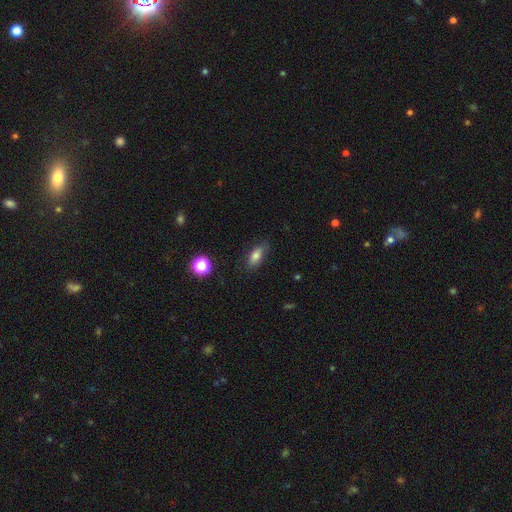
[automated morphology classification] Smooth or featured? Predicted: smooth (p=0.77). How rounded? Predicted: in between (p=0.79). Merging? Predicted: none (p=0.79).